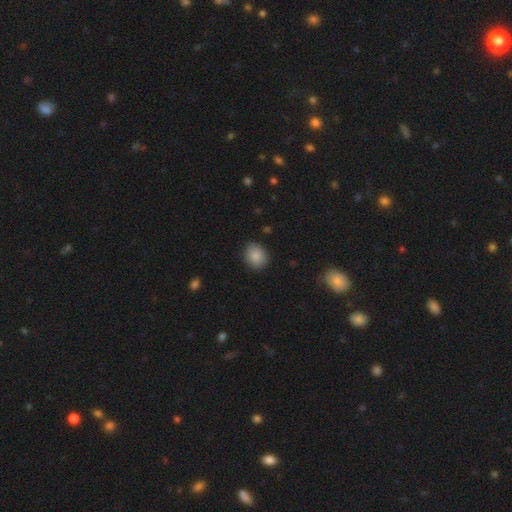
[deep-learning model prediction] A smooth galaxy with no disk features (87%) that is round (57%).

Vote fractions:
- Smooth or featured? smooth: 87% / star or artifact: 8% / featured or disk: 5%
- How rounded? round: 57% / in between: 42% / cigar-shaped: 1%
- Merging? none: 86% / minor disturbance: 10% / major disturbance: 2% / merger: 1%